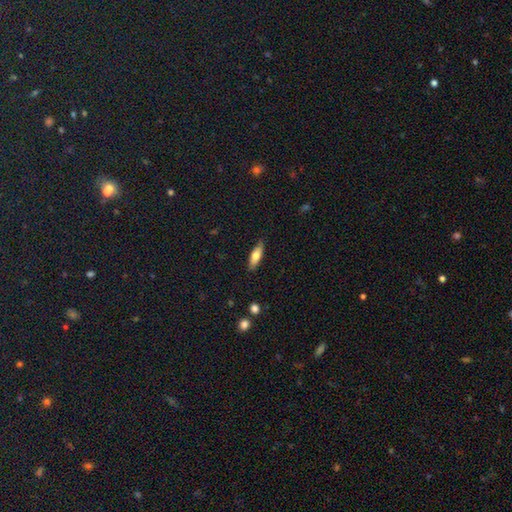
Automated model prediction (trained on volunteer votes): A smooth galaxy with no disk features (65%) that is in between round and cigar-shaped (52%).

Vote fractions:
- Smooth or featured? smooth: 65% / featured or disk: 29% / star or artifact: 6%
- How rounded? in between: 52% / cigar-shaped: 45% / round: 2%
- Merging? none: 84% / minor disturbance: 12% / major disturbance: 2% / merger: 1%